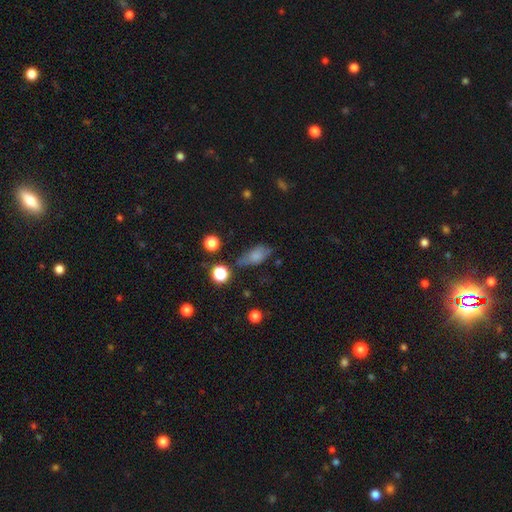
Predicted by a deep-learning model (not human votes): The model was most divided on "merging": none: 56%, minor disturbance: 28%, major disturbance: 11%, merger: 5%. More confident: how rounded — in between (80%); smooth or featured — smooth (72%).